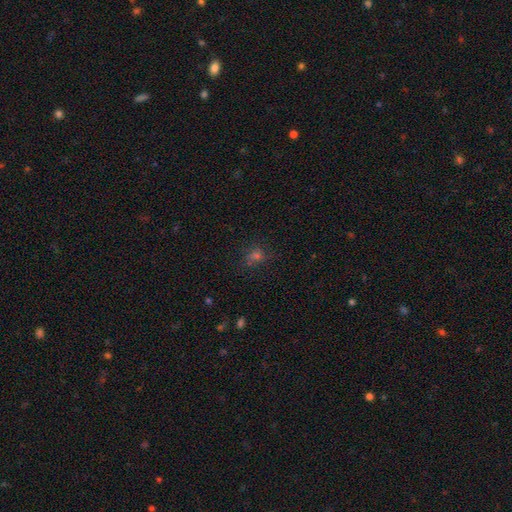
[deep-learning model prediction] This appears to be a smooth galaxy with no disk features (49%). Merging: none (72%).